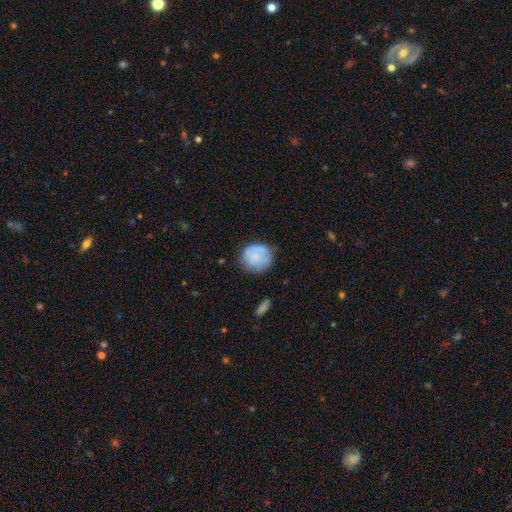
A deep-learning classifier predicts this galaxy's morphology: smooth-or-featured: smooth: 67% | featured or disk: 25% | star or artifact: 8%
  how-rounded: round: 85% | in between: 14% | cigar-shaped: 1%
  merging: none: 66% | minor disturbance: 23% | major disturbance: 8% | merger: 3%